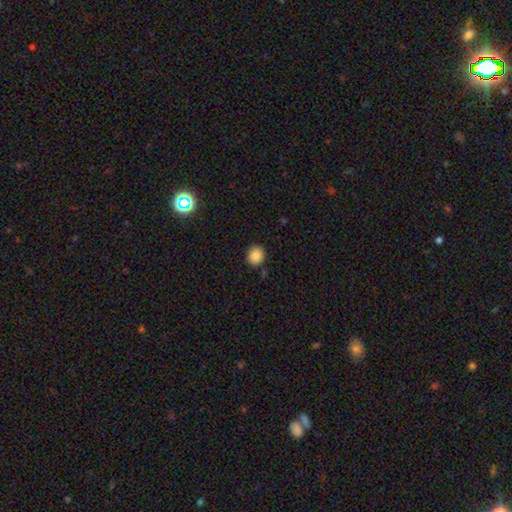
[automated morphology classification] Overall: smooth (85%). How rounded: round (83%). Merging: none (87%).